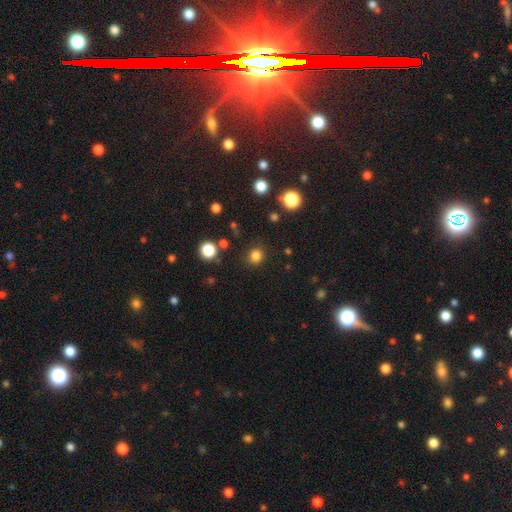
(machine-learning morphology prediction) Smooth or featured? smooth (81%)
How rounded? round (88%)
Merging? none (88%)